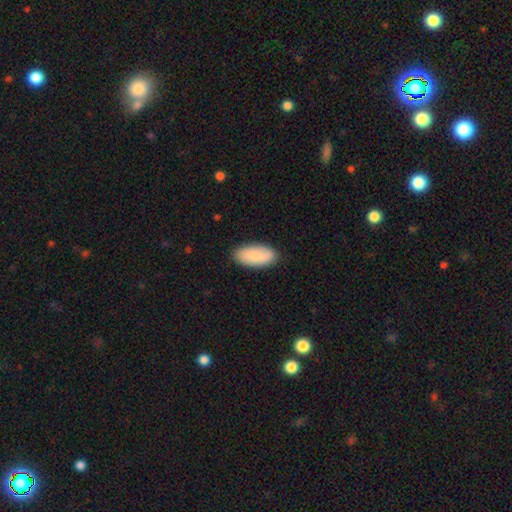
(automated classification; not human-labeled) A smooth galaxy with no disk features (84%) that is in between round and cigar-shaped (92%).

Vote fractions:
- Smooth or featured? smooth: 84% / featured or disk: 10% / star or artifact: 6%
- How rounded? in between: 92% / cigar-shaped: 6% / round: 2%
- Merging? none: 87% / minor disturbance: 10% / major disturbance: 2% / merger: 1%